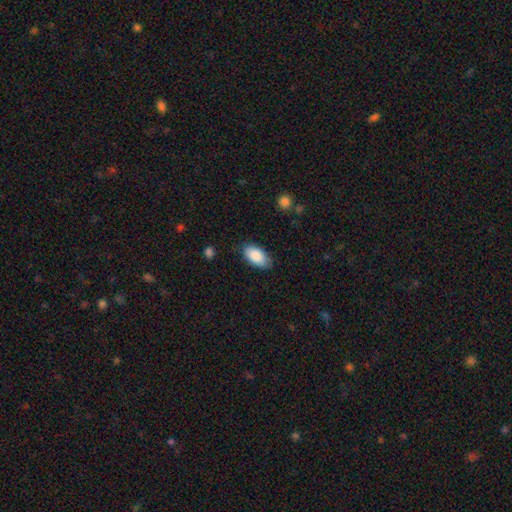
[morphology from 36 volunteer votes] Smooth or featured? 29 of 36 (81%) said smooth. How rounded? 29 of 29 (100%) said in between. Merging? 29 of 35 (83%) said none.